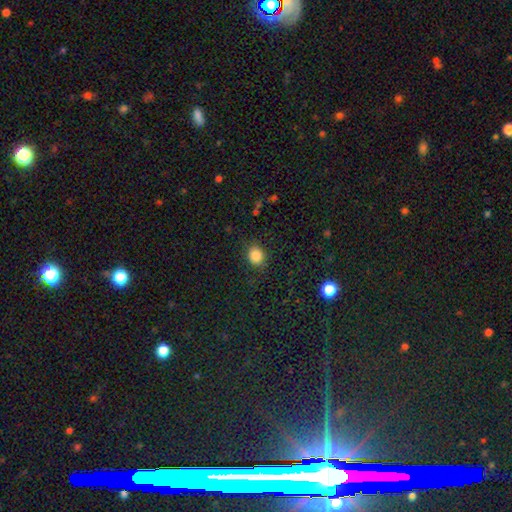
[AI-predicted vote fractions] Smooth or featured: smooth — 84% (star or artifact — 11%)
How rounded: round — 63% (in between — 36%)
Merging: none — 86% (minor disturbance — 10%)